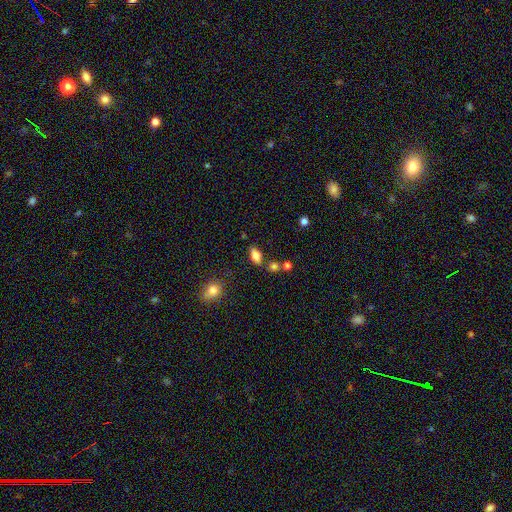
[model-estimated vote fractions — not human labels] A smooth galaxy with no disk features (79%) that is in between round and cigar-shaped (87%). Merging: none (70%).